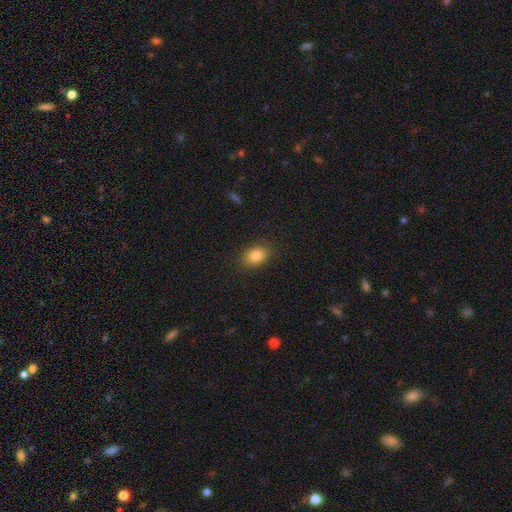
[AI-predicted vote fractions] Overall: smooth (85%). How rounded: in between (80%). Merging: none (85%).